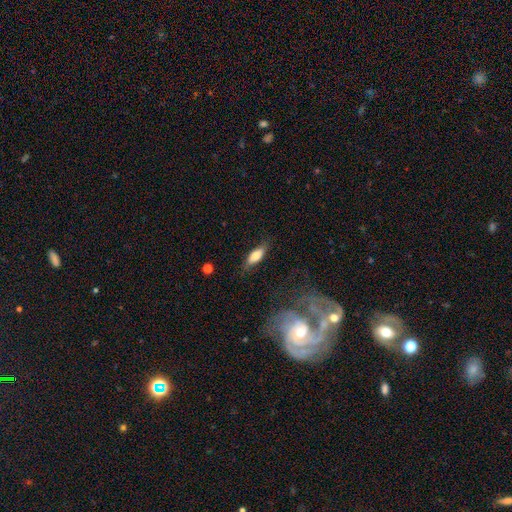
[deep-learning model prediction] This is likely a smooth galaxy (72%). How rounded: likely in between (63%). Merging: likely none (76%).